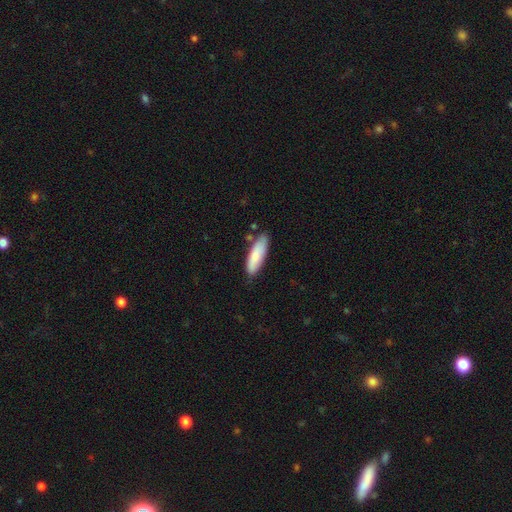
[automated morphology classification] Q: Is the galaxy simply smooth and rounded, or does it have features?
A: smooth — 82%.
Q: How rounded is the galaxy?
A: in between — 50%.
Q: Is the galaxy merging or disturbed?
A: none — 74%.